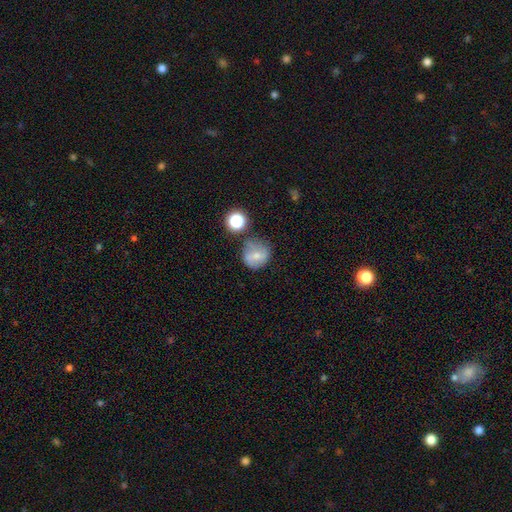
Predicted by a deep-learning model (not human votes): Smooth or featured?
  - smooth: 57% *
  - featured or disk: 31%
  - star or artifact: 12%
How rounded?
  - round: 86% *
  - in between: 13%
  - cigar-shaped: 1%
Merging?
  - none: 59% *
  - minor disturbance: 23%
  - merger: 11%
  - major disturbance: 8%